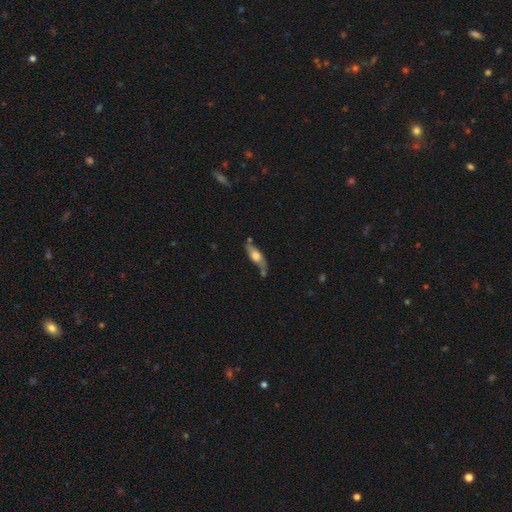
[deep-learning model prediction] A smooth galaxy with no disk features (48%).

Vote fractions:
- Smooth or featured? smooth: 48% / featured or disk: 45% / star or artifact: 6%
- Merging? none: 59% / minor disturbance: 22% / merger: 12% / major disturbance: 7%